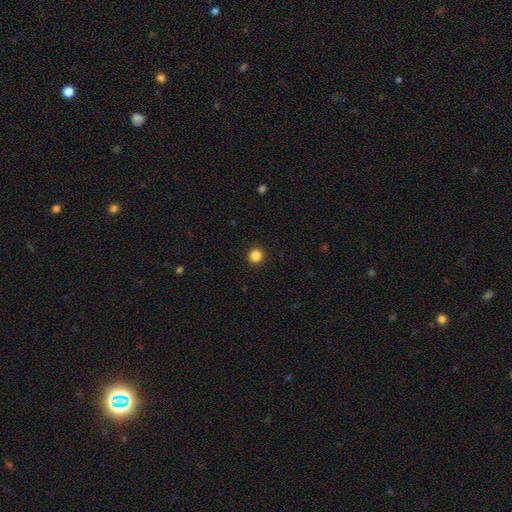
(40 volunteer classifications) Consensus on every question: smooth or featured — smooth (98%); merging — none (98%); how rounded — round (97%).